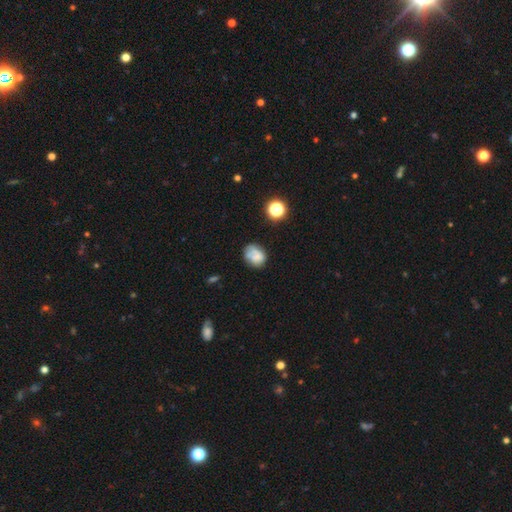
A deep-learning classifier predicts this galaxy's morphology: Q: Smooth or featured?
A: smooth (63%); runner-up: featured or disk (24%)
Q: How rounded?
A: round (50%); runner-up: in between (48%)
Q: Merging?
A: none (51%); runner-up: minor disturbance (26%)